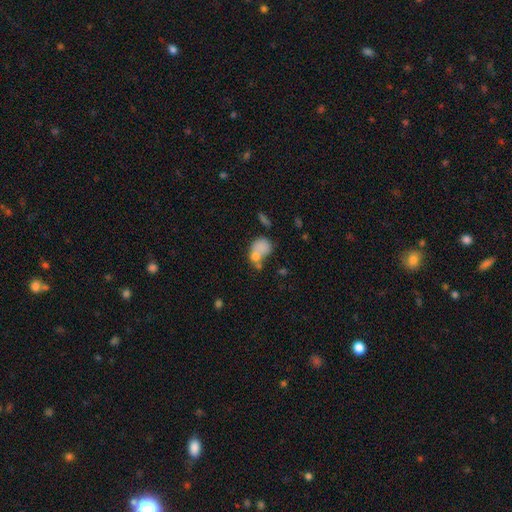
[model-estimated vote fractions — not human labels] A smooth galaxy with no disk features (44%). Merging: none (42%).